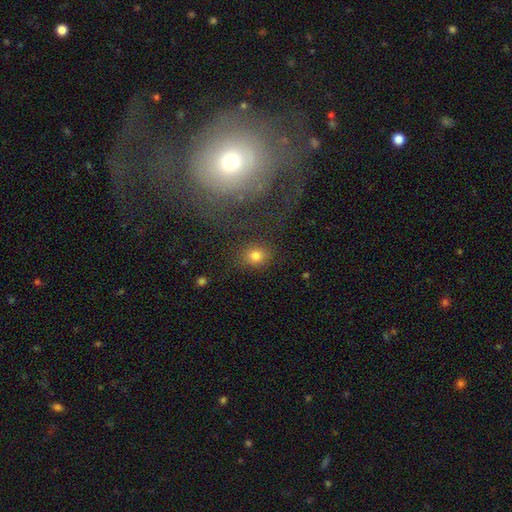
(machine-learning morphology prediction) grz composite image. It shows a smooth galaxy with no disk features (78%) that is round (72%). Merging: none (81%).